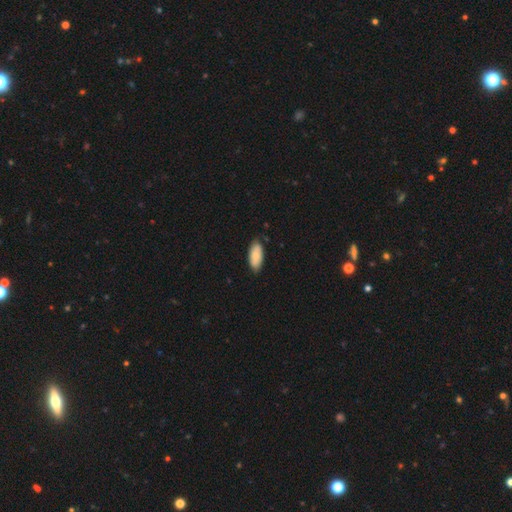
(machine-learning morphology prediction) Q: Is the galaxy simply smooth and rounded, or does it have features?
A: smooth — 79%.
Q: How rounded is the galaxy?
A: in between — 88%.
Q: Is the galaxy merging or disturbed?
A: none — 80%.